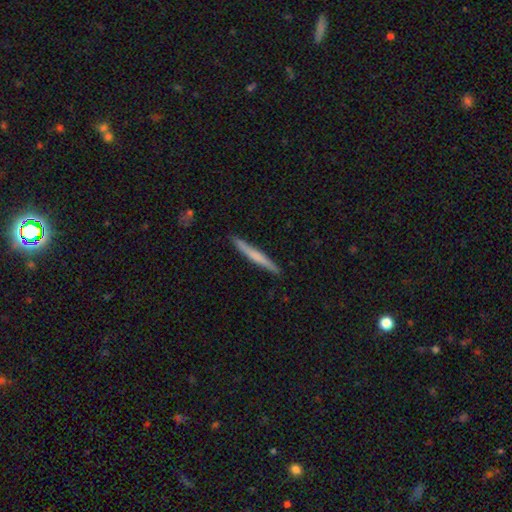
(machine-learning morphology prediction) Smooth or featured: smooth — 56% (featured or disk — 39%)
How rounded: cigar-shaped — 97% (in between — 2%)
Merging: none — 90% (minor disturbance — 8%)